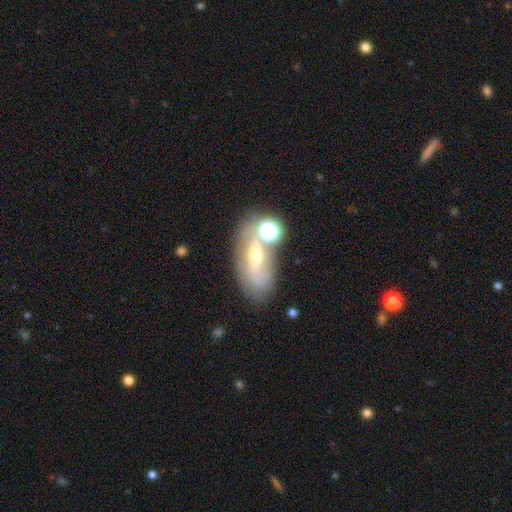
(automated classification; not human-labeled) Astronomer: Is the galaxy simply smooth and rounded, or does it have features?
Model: featured or disk — 51% (runner-up: smooth, 32%).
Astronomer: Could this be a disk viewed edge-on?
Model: no — 87%.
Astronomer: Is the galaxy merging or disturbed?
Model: none — 49%.